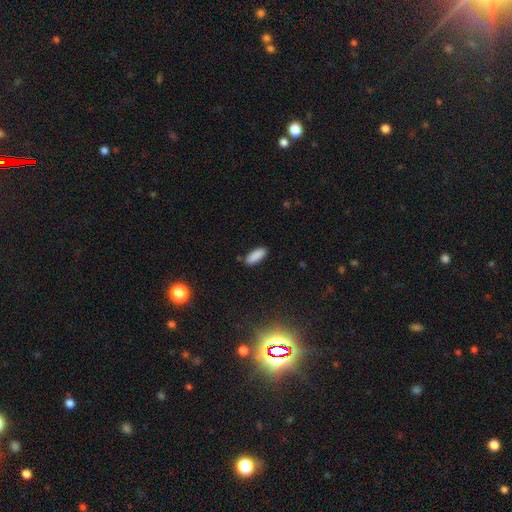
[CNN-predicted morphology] This appears to be a smooth galaxy with no disk features (89%) that is in between round and cigar-shaped (74%). Merging: none (88%).